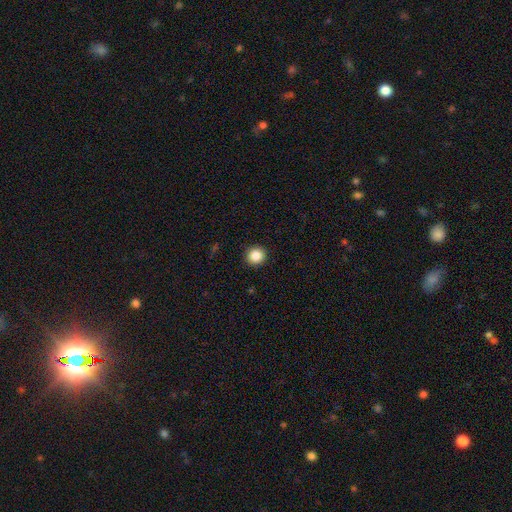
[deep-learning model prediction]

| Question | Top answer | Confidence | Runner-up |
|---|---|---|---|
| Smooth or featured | smooth | 87% | star or artifact (10%) |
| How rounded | round | 93% | in between (7%) |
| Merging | none | 92% | minor disturbance (5%) |